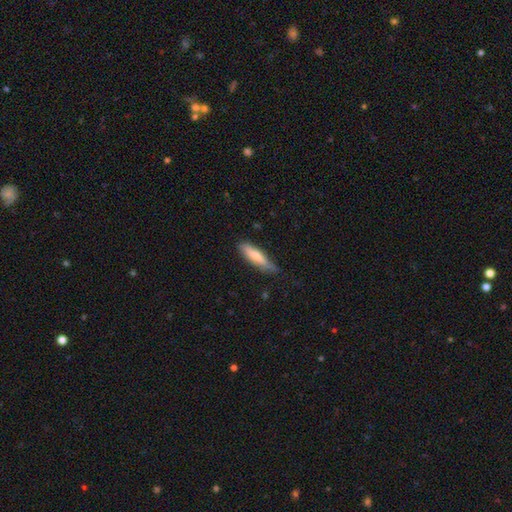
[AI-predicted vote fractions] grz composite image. It shows a smooth galaxy with no disk features (72%) that is cigar-shaped (70%). Merging: none (63%).